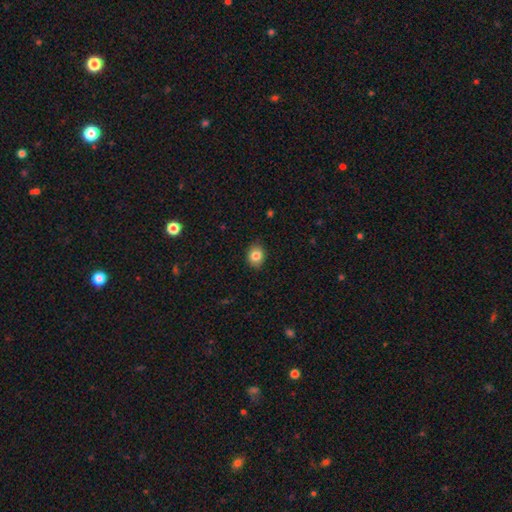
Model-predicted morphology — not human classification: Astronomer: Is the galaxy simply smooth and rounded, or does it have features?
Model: smooth — 84%.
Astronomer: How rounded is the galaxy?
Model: round — 57% (runner-up: in between, 42%).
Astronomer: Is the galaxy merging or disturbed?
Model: none — 87%.